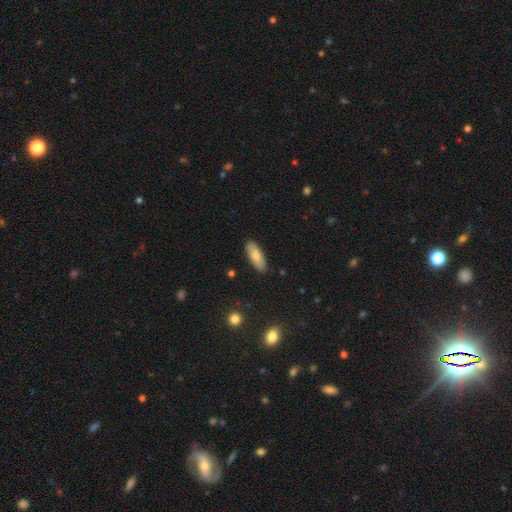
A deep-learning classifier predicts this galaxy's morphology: Overall: smooth (77%). How rounded: in between (69%; cigar-shaped 29%). Merging: none (88%).